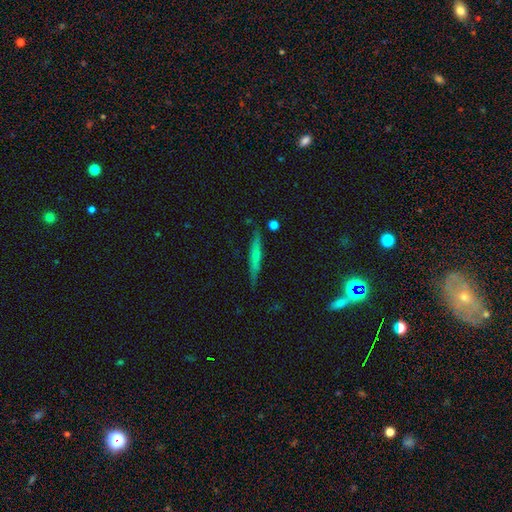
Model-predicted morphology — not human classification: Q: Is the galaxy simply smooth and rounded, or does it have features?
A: featured or disk — 53%.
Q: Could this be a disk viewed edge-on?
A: yes — 93%.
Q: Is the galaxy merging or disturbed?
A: none — 84%.